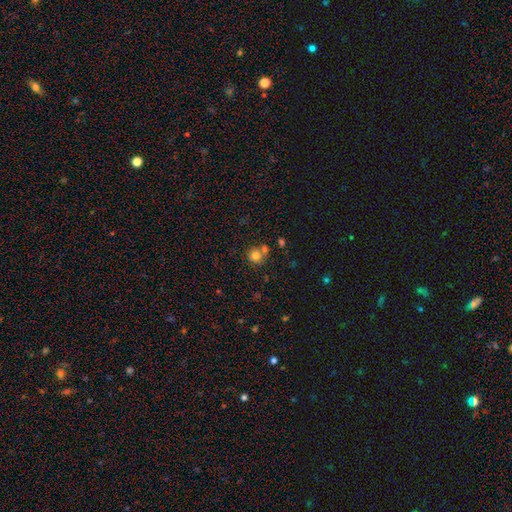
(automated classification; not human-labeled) smooth_or_featured: smooth (p=0.79) [alt: star or artifact p=0.12]
how_rounded: round (p=0.89) [alt: in between p=0.10]
merging: none (p=0.59) [alt: merger p=0.28]